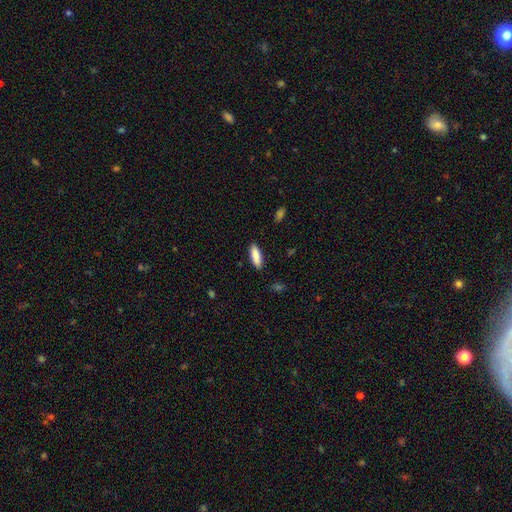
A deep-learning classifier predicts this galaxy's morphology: Q: Smooth or featured?
A: smooth (88%); runner-up: star or artifact (6%)
Q: How rounded?
A: in between (57%); runner-up: cigar-shaped (41%)
Q: Merging?
A: none (88%); runner-up: minor disturbance (9%)